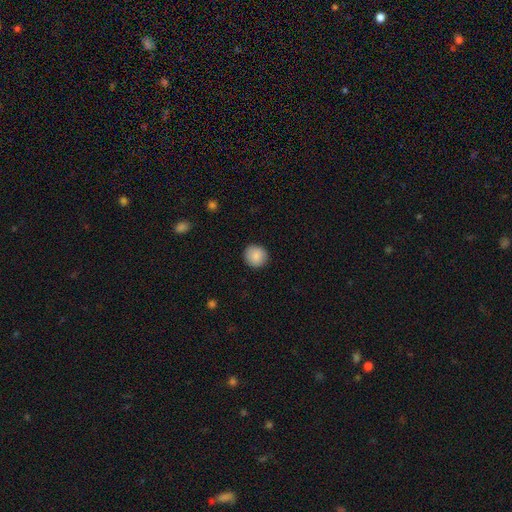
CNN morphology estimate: Smooth or featured: smooth — 88% (star or artifact — 7%)
How rounded: round — 91% (in between — 8%)
Merging: none — 91% (minor disturbance — 6%)